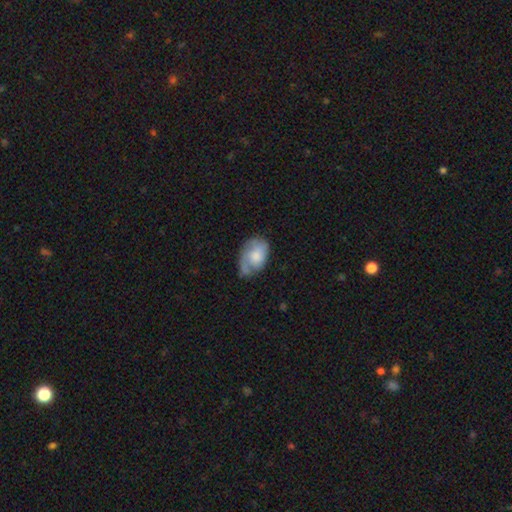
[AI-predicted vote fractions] smooth-or-featured: smooth: 51% | featured or disk: 43% | star or artifact: 7%
  how-rounded: in between: 85% | round: 14% | cigar-shaped: 1%
  merging: none: 49% | minor disturbance: 33% | major disturbance: 15% | merger: 3%